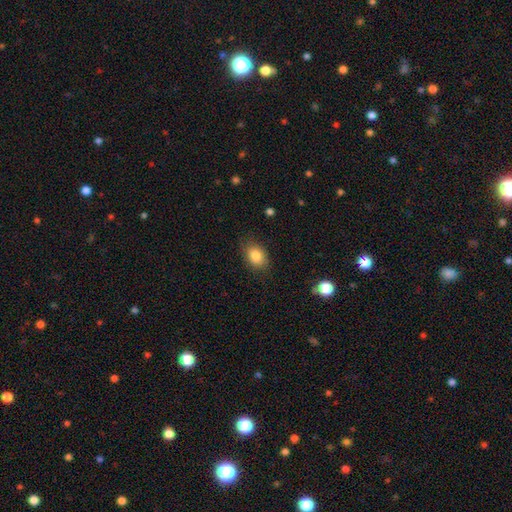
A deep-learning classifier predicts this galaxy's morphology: A smooth galaxy with no disk features (84%) that is in between round and cigar-shaped (69%).

Vote fractions:
- Smooth or featured? smooth: 84% / star or artifact: 9% / featured or disk: 8%
- How rounded? in between: 69% / round: 29% / cigar-shaped: 1%
- Merging? none: 82% / minor disturbance: 13% / major disturbance: 3% / merger: 1%